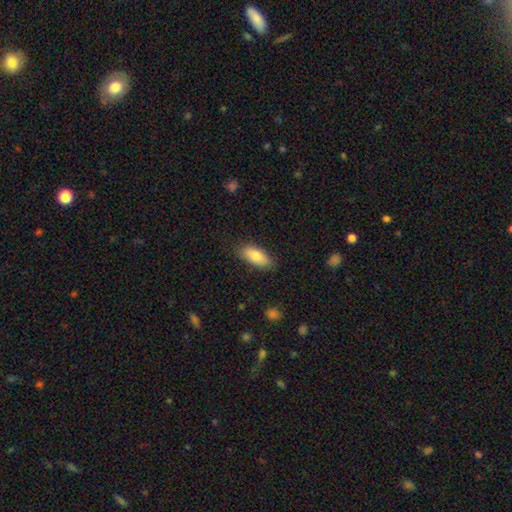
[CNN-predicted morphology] This is likely a smooth galaxy (80%). How rounded: clearly in between (84%). Merging: clearly none (85%).